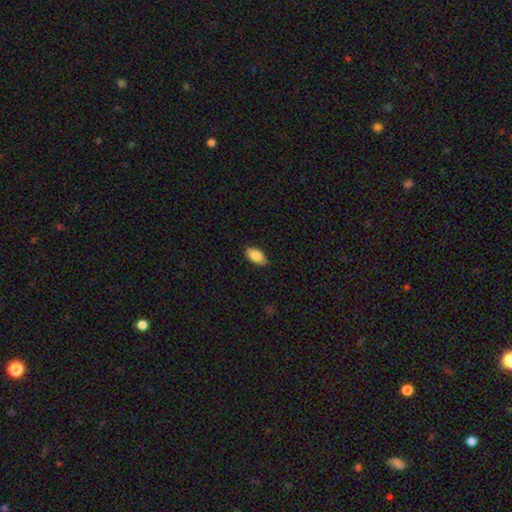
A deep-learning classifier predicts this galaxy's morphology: Q: Smooth or featured?
A: smooth (86%); runner-up: featured or disk (7%)
Q: How rounded?
A: in between (93%); runner-up: cigar-shaped (4%)
Q: Merging?
A: none (87%); runner-up: minor disturbance (10%)